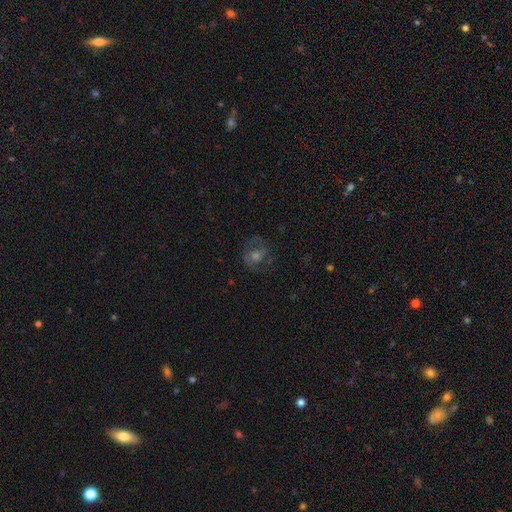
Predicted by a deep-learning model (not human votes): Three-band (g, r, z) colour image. It shows a featured or disk galaxy (59%) with no bar (56%), spiral arms (74%) and a moderate central bulge (55%). Merging: none (74%).